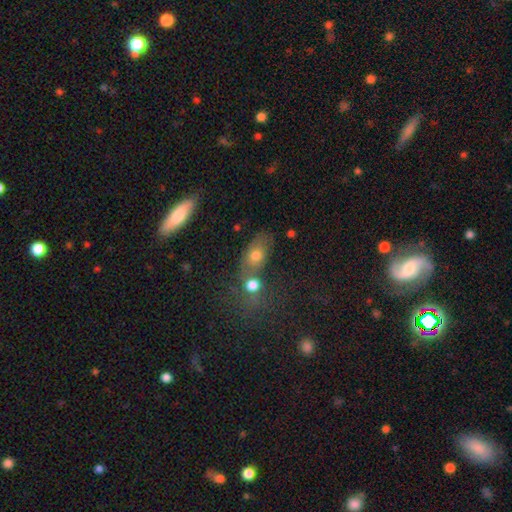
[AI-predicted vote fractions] smooth 67%, featured or disk 18%, star or artifact 15%. Down the decision tree: how rounded — in between (72%); merging — none (53%).